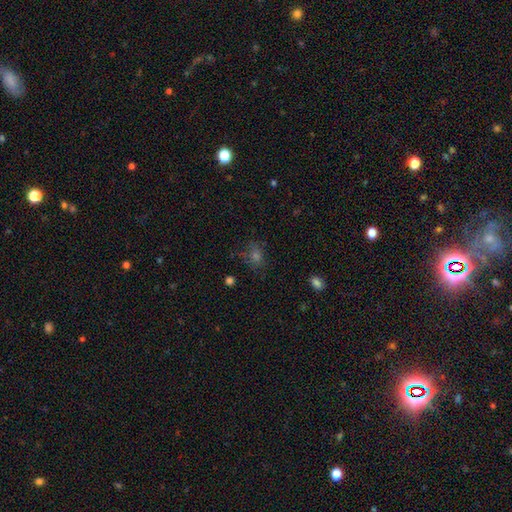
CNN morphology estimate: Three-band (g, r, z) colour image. It shows a smooth galaxy with no disk features (49%). Merging: none (67%).